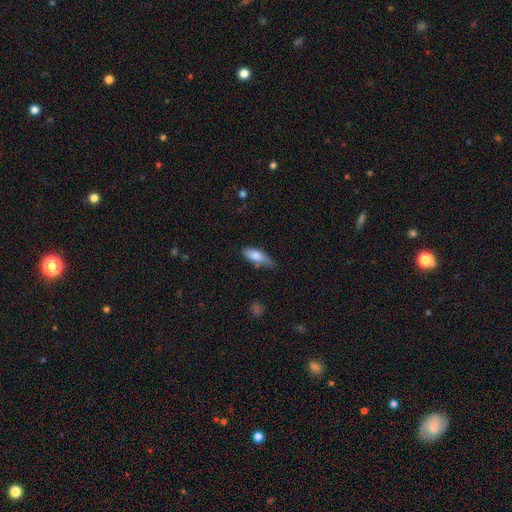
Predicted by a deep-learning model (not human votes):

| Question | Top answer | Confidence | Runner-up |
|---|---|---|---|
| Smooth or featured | smooth | 79% | featured or disk (15%) |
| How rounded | in between | 70% | cigar-shaped (28%) |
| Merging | none | 53% | minor disturbance (36%) |